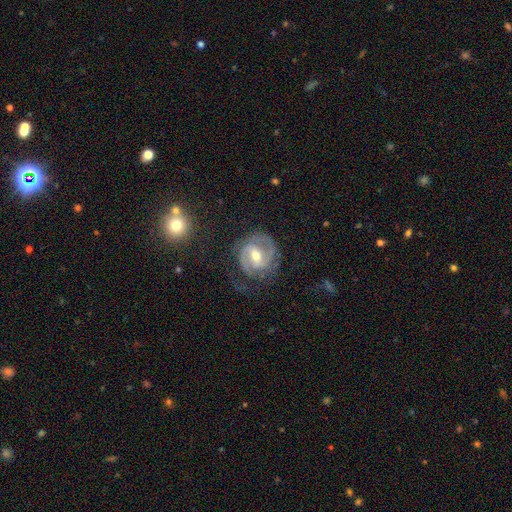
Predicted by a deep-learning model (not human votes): A featured or disk galaxy (86%) with a weak bar (49%), 2 (79%) medium (45%) spiral arms (95%) and a moderate central bulge (64%).

Vote fractions:
- Smooth or featured? featured or disk: 86% / smooth: 9% / star or artifact: 5%
- Edge-on disk? no: 98% / yes: 2%
- Bar? weak: 49% / strong: 30% / no: 21%
- Spiral arms? yes: 95% / no: 5%
- Spiral winding? medium: 45% / tight: 41% / loose: 13%
- Spiral arm count? 2: 79% / can't tell: 9% / 3: 5% / 1: 4% / 4: 2% / more than 4: 2%
- Bulge size? moderate: 64% / small: 31% / large: 3% / none: 1% / dominant: 1%
- Merging? none: 67% / minor disturbance: 19% / major disturbance: 13% / merger: 2%